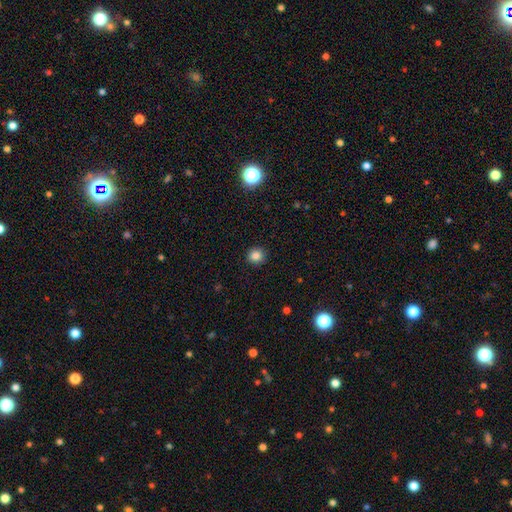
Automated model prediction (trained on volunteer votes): Smooth or featured? Predicted: smooth (p=0.83). How rounded? Predicted: round (p=0.91). Merging? Predicted: none (p=0.91).